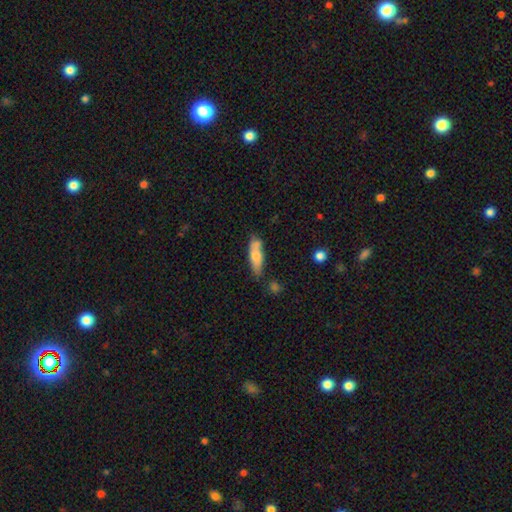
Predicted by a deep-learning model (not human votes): The model was most divided on "how rounded": in between: 50%, cigar-shaped: 48%, round: 3%. More confident: smooth or featured — smooth (69%); merging — none (61%).